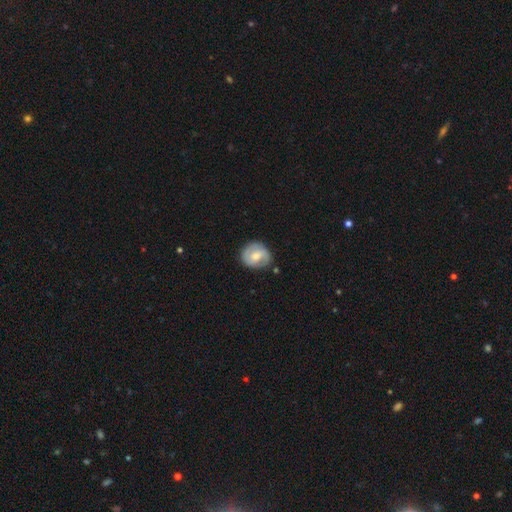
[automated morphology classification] type=featured or disk (60%); edge-on=no (97%); bar=weak (47%); spiral arms=yes (82%); bulge=moderate (61%); merging=none (77%).